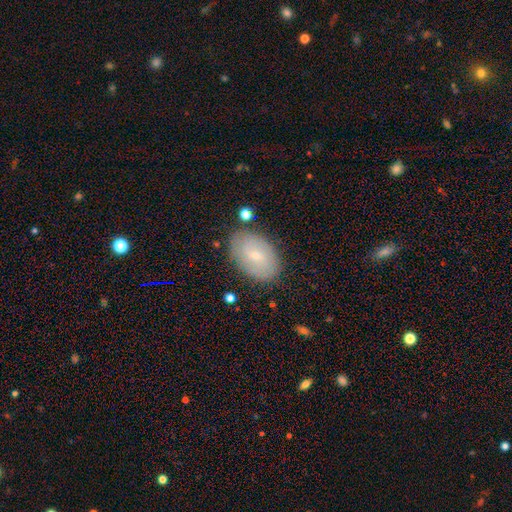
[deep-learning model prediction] This appears to be a smooth galaxy with no disk features (57%) that is in between round and cigar-shaped (87%). Merging: none (82%).